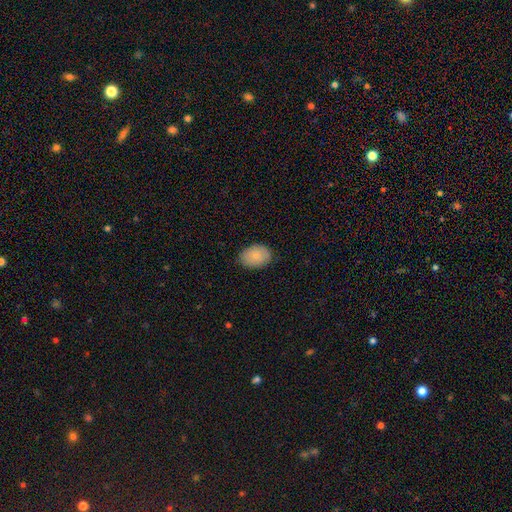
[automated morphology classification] Smooth or featured? smooth (85%)
How rounded? in between (82%)
Merging? none (85%)